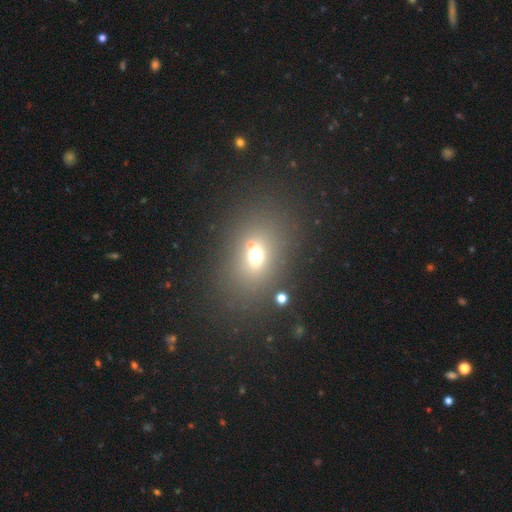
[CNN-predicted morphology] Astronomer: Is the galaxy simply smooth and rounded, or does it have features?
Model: smooth — 65%.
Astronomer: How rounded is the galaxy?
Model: in between — 59% (runner-up: round, 39%).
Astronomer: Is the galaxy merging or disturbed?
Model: none — 70%.